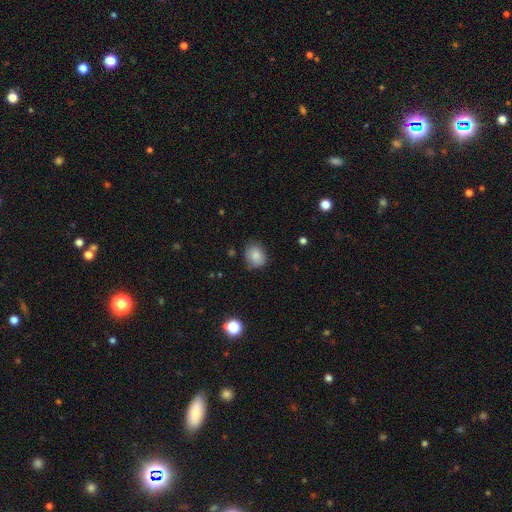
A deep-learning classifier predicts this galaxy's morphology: The model was most divided on "how rounded": round: 53%, in between: 46%, cigar-shaped: 1%. More confident: smooth or featured — smooth (85%); merging — none (75%).